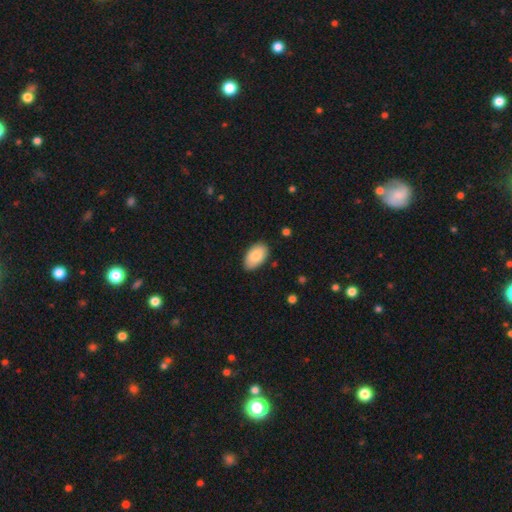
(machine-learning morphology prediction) A smooth galaxy with no disk features (83%) that is in between round and cigar-shaped (95%).

Vote fractions:
- Smooth or featured? smooth: 83% / featured or disk: 11% / star or artifact: 6%
- How rounded? in between: 95% / round: 4% / cigar-shaped: 1%
- Merging? none: 83% / minor disturbance: 13% / major disturbance: 2% / merger: 1%